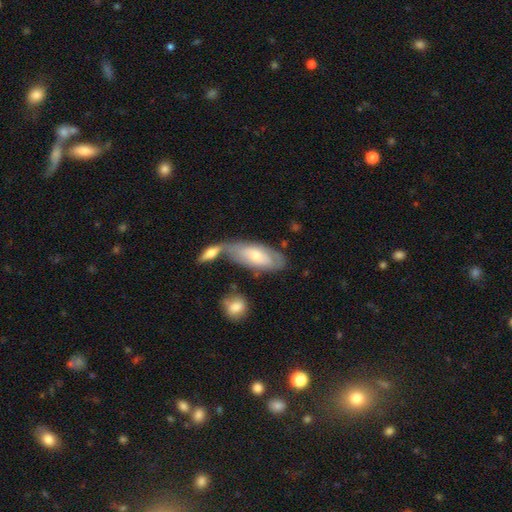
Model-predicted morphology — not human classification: smooth 50%, featured or disk 44%, star or artifact 6%. Down the decision tree: how rounded — in between (84%); merging — none (43%).